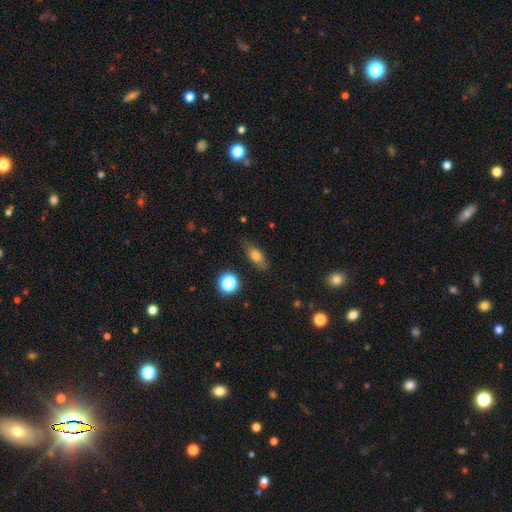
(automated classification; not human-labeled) A smooth galaxy with no disk features (71%) that is in between round and cigar-shaped (71%). Merging: none (78%).